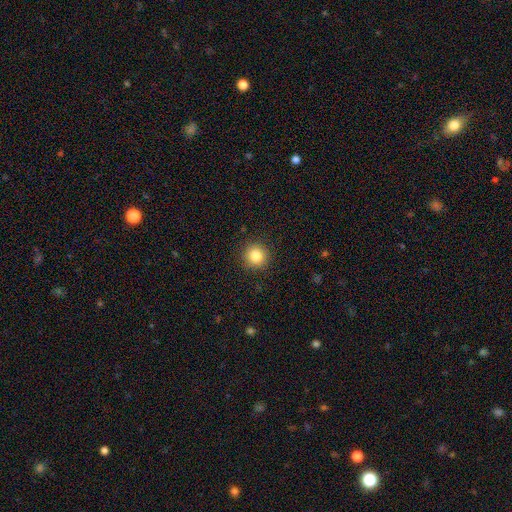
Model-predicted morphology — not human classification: A smooth galaxy with no disk features (84%) that is round (94%). Merging: none (92%).